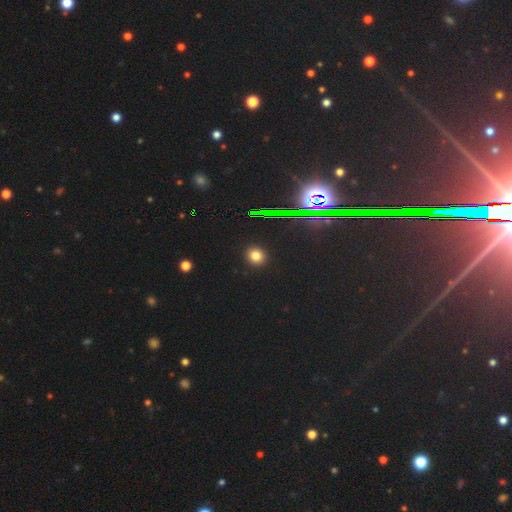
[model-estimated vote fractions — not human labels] smooth 74%, star or artifact 20%, featured or disk 6%. Down the decision tree: how rounded — round (83%); merging — none (92%).